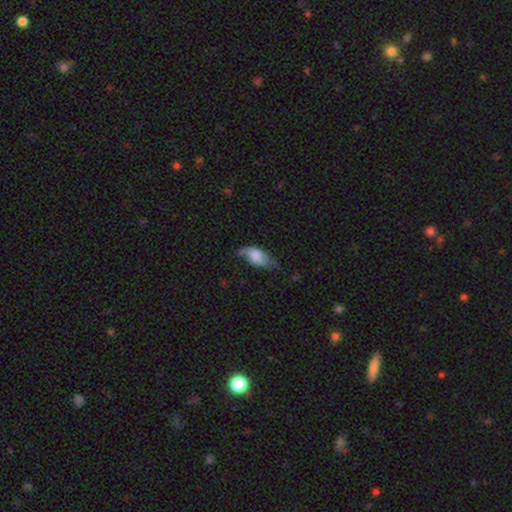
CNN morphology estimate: Smooth or featured? smooth (59%)
How rounded? in between (89%)
Merging? minor disturbance (37%)